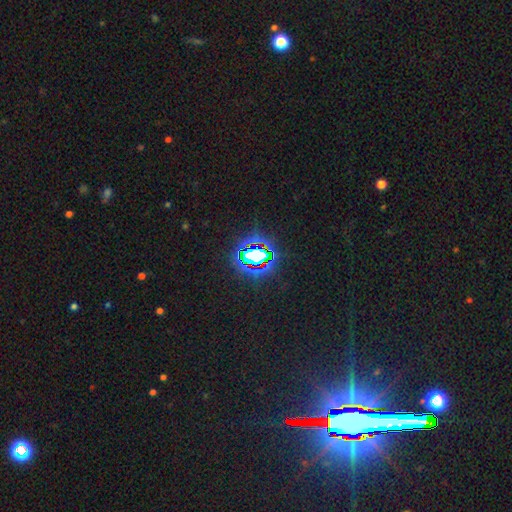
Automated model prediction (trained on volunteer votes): smooth_or_featured: star or artifact (p=0.74) [alt: smooth p=0.16]